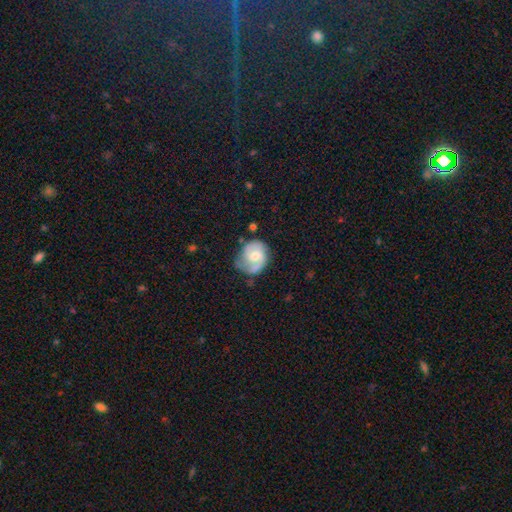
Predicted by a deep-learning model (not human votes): Overall: featured or disk (68%). Edge-on disk: no (98%). Bar: no (51%; weak 41%). Spiral arms: yes (89%). Spiral arm count: 2 (64%). Spiral winding: medium (46%; tight 32%). Bulge size: moderate (57%; small 32%). Merging: none (54%; minor disturbance 29%).